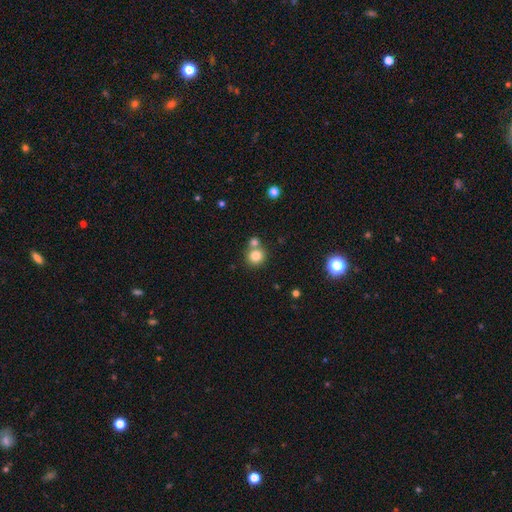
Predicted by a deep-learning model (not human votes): Q: Smooth or featured?
A: smooth (81%); runner-up: star or artifact (11%)
Q: How rounded?
A: round (89%); runner-up: in between (10%)
Q: Merging?
A: none (60%); runner-up: merger (31%)